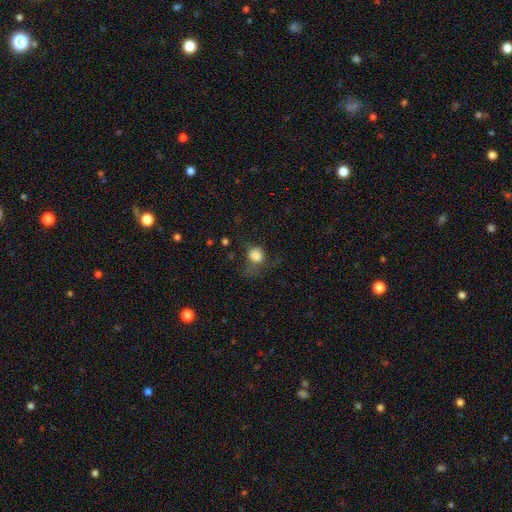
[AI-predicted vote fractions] This appears to be a smooth galaxy with no disk features (76%) that is round (74%). Merging: major disturbance (37%).